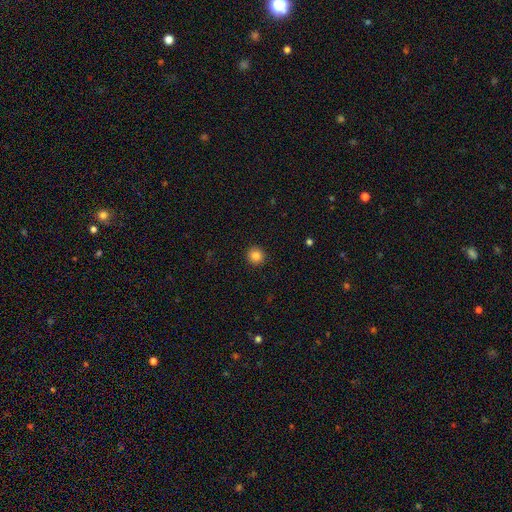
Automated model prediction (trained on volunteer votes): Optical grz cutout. It shows a smooth galaxy with no disk features (85%) that is round (94%). Merging: none (93%).